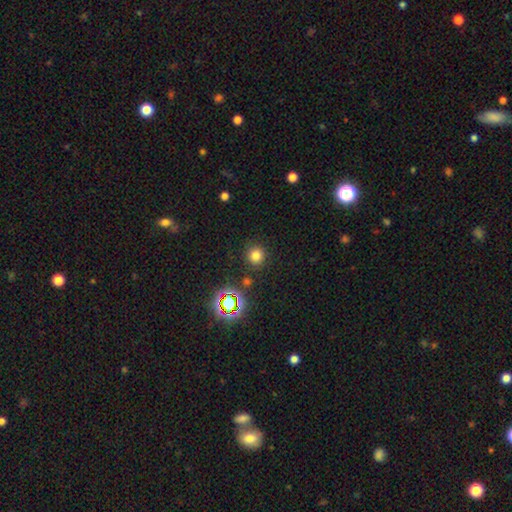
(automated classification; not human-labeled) A smooth galaxy with no disk features (74%) that is round (92%). Merging: none (87%).